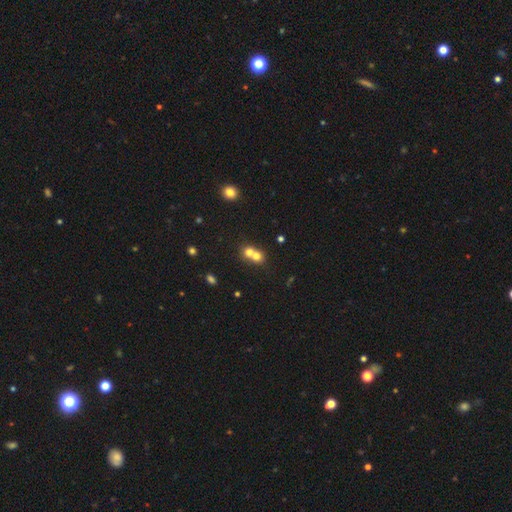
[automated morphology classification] A smooth galaxy with no disk features (70%) that is round (78%).

Vote fractions:
- Smooth or featured? smooth: 70% / featured or disk: 16% / star or artifact: 14%
- How rounded? round: 78% / in between: 21% / cigar-shaped: 1%
- Merging? merger: 66% / none: 28% / minor disturbance: 4% / major disturbance: 2%